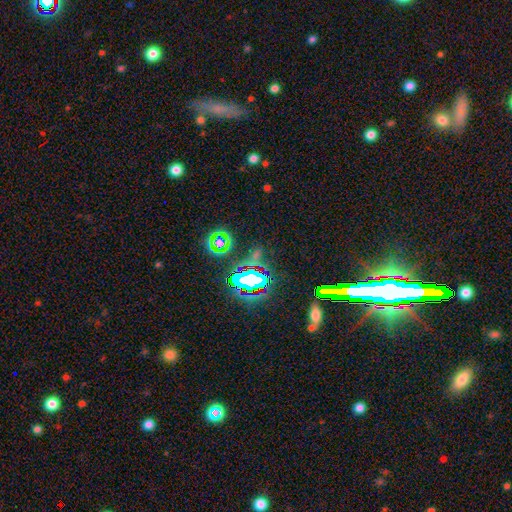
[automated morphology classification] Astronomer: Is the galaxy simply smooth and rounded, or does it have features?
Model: star or artifact — 70%.